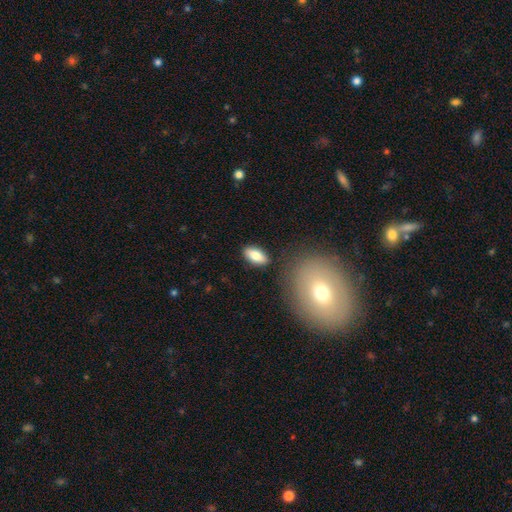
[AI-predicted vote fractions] Overall: smooth (79%). How rounded: in between (87%). Merging: none (85%).